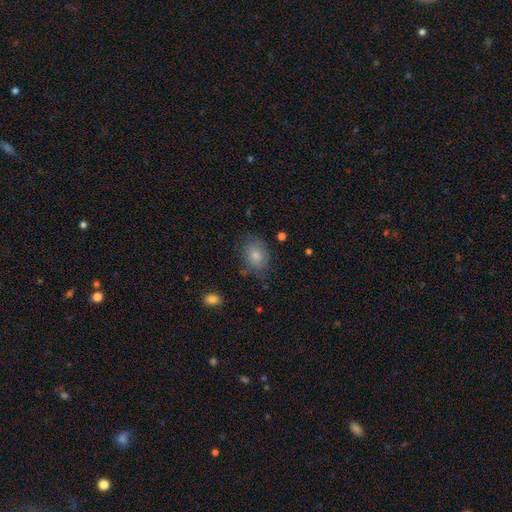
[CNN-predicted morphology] This is likely a smooth galaxy (76%). How rounded: likely in between (67%). Merging: likely none (67%).